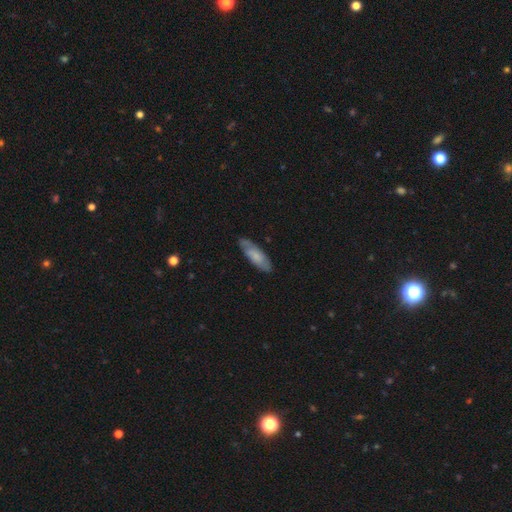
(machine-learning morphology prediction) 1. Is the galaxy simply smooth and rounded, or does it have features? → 60% smooth, 34% featured or disk, 6% star or artifact.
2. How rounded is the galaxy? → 56% in between, 42% cigar-shaped, 2% round.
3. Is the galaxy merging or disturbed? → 79% none, 17% minor disturbance, 3% major disturbance, 1% merger.